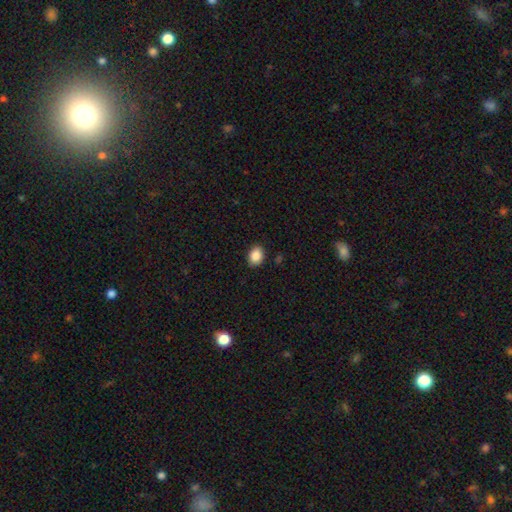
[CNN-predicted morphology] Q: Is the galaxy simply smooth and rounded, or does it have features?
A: smooth — 87%.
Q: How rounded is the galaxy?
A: in between — 65%.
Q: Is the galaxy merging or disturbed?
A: none — 88%.